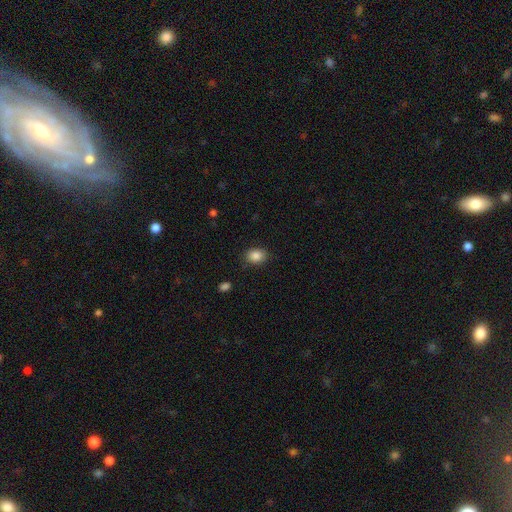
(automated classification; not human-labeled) Smooth or featured? smooth (87%)
How rounded? in between (63%)
Merging? none (84%)